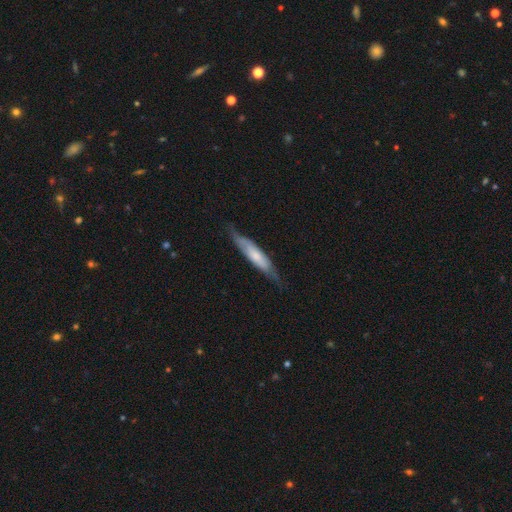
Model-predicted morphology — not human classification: This is possibly a featured or disk galaxy (49%). Merging: likely none (69%).